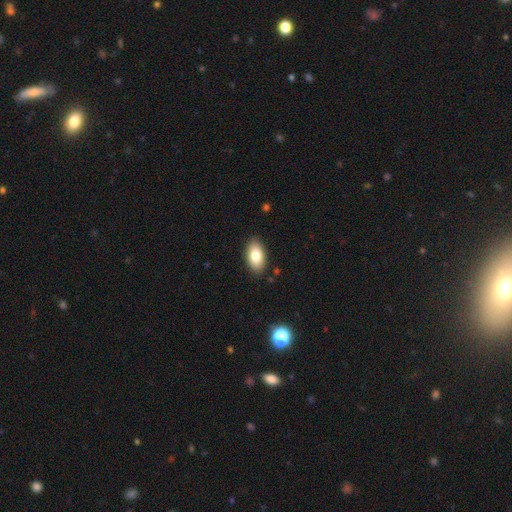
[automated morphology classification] Q: Smooth or featured?
A: smooth (81%); runner-up: featured or disk (12%)
Q: How rounded?
A: in between (94%); runner-up: round (4%)
Q: Merging?
A: none (88%); runner-up: minor disturbance (9%)